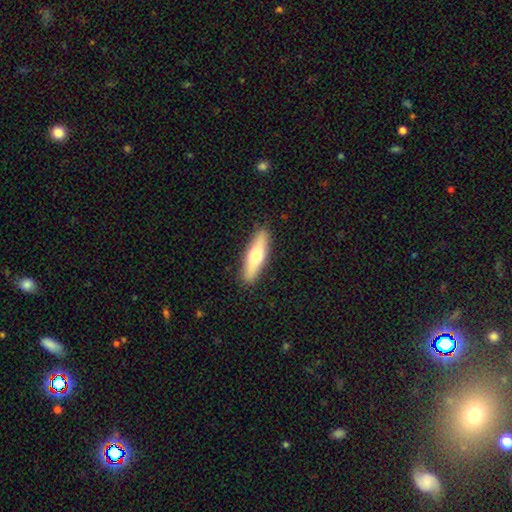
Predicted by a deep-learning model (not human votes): Smooth or featured: smooth — 57% (featured or disk — 37%)
How rounded: cigar-shaped — 67% (in between — 31%)
Merging: none — 90% (minor disturbance — 8%)